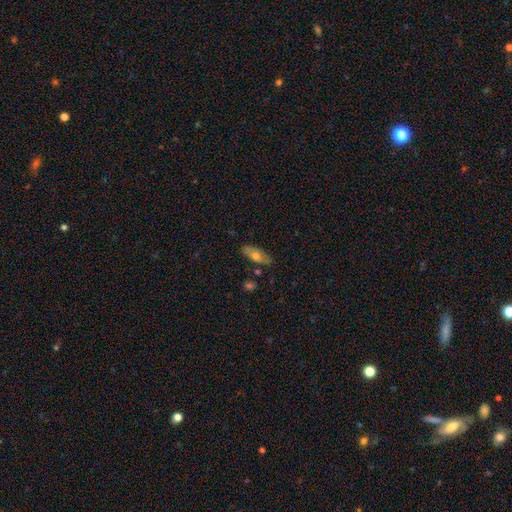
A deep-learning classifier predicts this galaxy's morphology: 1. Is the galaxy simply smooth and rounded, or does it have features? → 60% smooth, 33% featured or disk, 7% star or artifact.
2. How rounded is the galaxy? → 77% in between, 20% cigar-shaped, 3% round.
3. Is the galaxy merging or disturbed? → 80% none, 14% minor disturbance, 3% merger, 3% major disturbance.